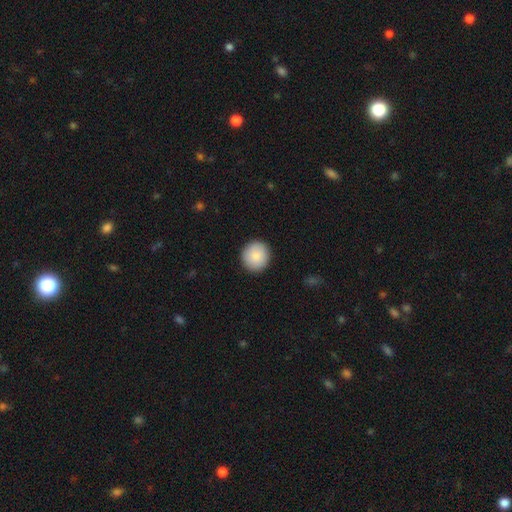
Overall: smooth (88%). How rounded: round (97%). Merging: none (89%).